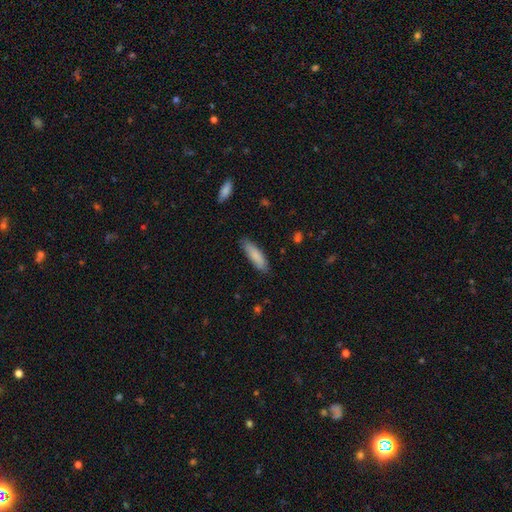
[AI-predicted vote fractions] Smooth or featured: smooth — 84% (featured or disk — 10%)
How rounded: cigar-shaped — 59% (in between — 40%)
Merging: none — 83% (minor disturbance — 13%)